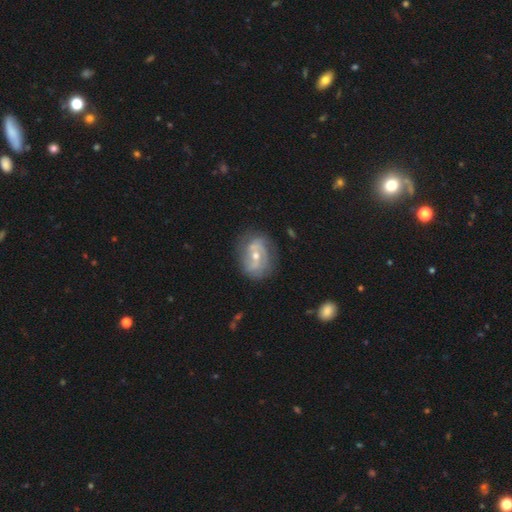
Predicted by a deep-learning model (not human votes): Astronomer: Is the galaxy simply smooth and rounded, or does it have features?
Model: featured or disk — 76%.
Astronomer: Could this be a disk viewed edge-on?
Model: no — 96%.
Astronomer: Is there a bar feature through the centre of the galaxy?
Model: weak — 41%, tied with no at 41%.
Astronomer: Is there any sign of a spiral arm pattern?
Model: yes — 85%.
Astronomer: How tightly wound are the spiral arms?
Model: medium — 41% (runner-up: tight, 34%).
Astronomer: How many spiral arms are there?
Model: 2 — 67%.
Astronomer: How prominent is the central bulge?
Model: moderate — 54% (runner-up: small, 42%).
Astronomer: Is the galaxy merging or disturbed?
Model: none — 72%.